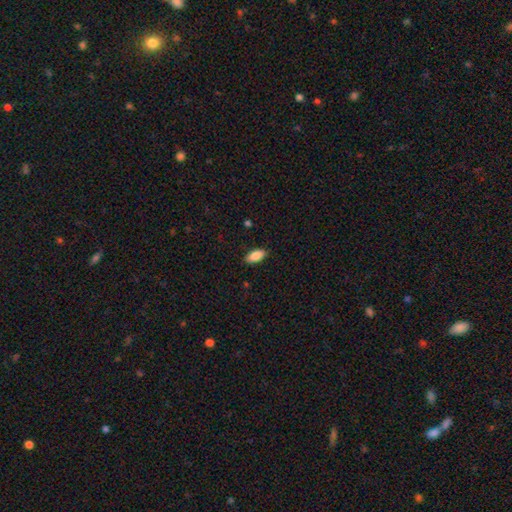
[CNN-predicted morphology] Smooth or featured? Predicted: smooth (p=0.88). How rounded? Predicted: in between (p=0.90). Merging? Predicted: none (p=0.88).